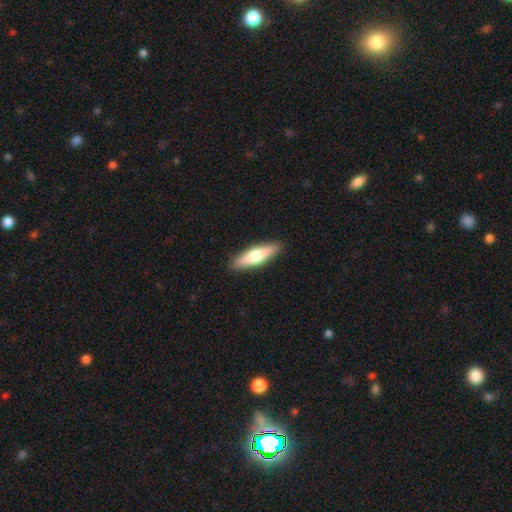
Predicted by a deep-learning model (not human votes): Morphology: type=smooth (56%); roundness=cigar-shaped (68%); merging=none (90%).